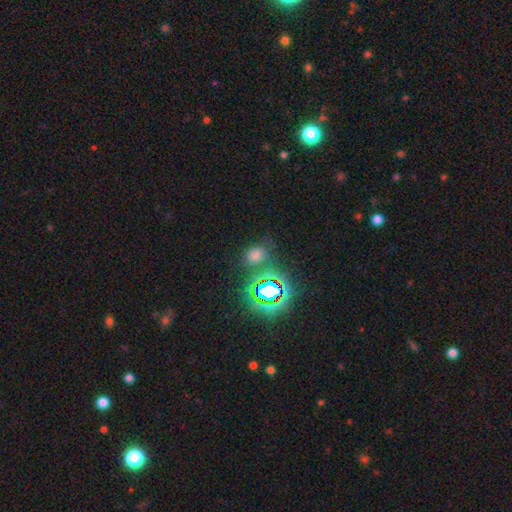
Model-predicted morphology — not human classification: This is possibly a smooth galaxy (51%). How rounded: possibly round (59%). Merging: likely none (73%).